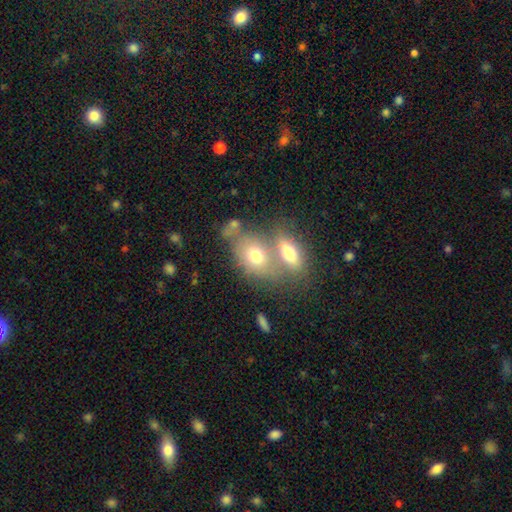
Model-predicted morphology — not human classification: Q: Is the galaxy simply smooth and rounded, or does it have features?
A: smooth — 68%.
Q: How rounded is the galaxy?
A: in between — 69%.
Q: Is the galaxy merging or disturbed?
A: merger — 49%.